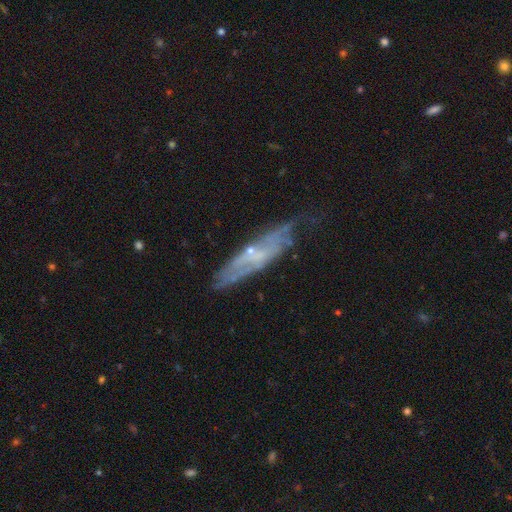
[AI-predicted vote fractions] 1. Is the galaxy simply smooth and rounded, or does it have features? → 64% featured or disk, 27% smooth, 8% star or artifact.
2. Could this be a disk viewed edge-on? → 59% no, 41% yes.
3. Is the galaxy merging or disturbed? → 52% none, 30% minor disturbance, 14% major disturbance, 4% merger.